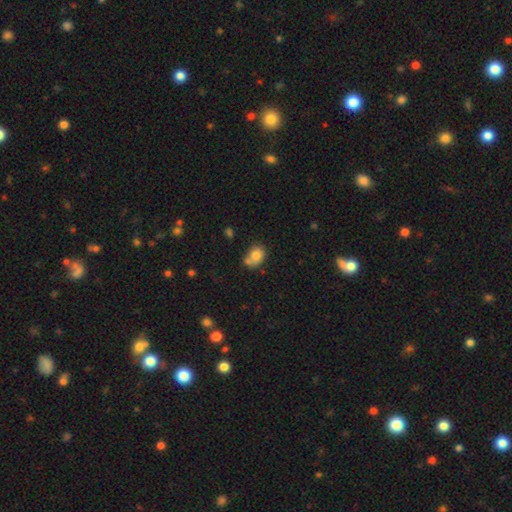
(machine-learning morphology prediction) Smooth or featured? smooth (79%)
How rounded? in between (54%)
Merging? none (46%)